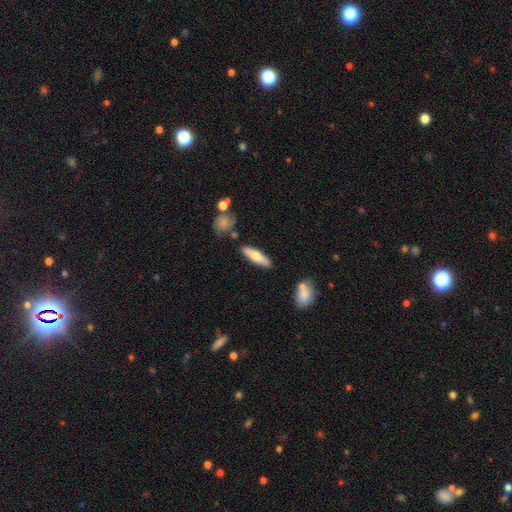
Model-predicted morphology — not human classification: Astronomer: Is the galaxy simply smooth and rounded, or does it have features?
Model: smooth — 58% (runner-up: featured or disk, 36%).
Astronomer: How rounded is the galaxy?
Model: cigar-shaped — 64%.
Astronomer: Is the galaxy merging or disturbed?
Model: none — 84%.